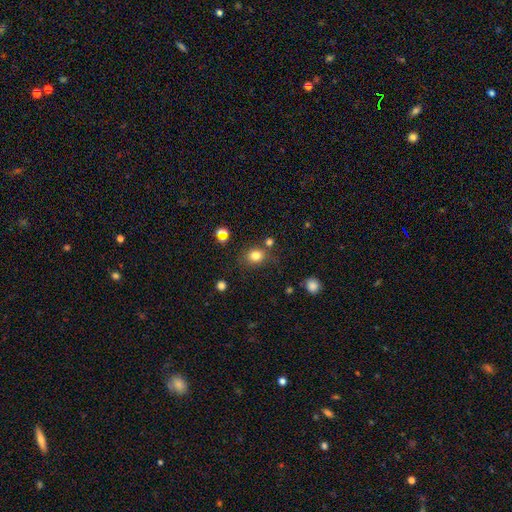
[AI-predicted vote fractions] Smooth or featured? smooth (79%)
How rounded? round (62%)
Merging? none (73%)